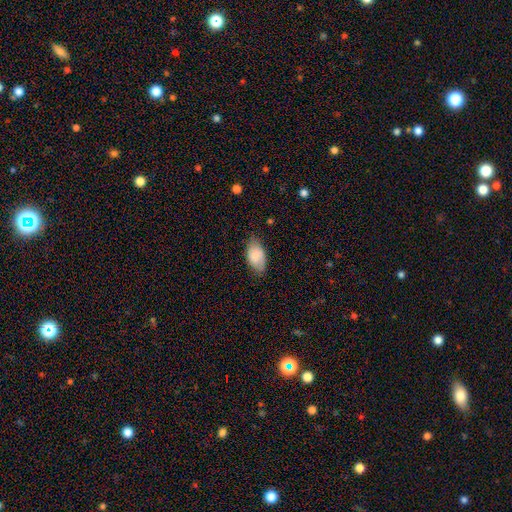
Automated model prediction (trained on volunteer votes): This is clearly a smooth galaxy (82%). How rounded: clearly in between (94%). Merging: likely none (67%).